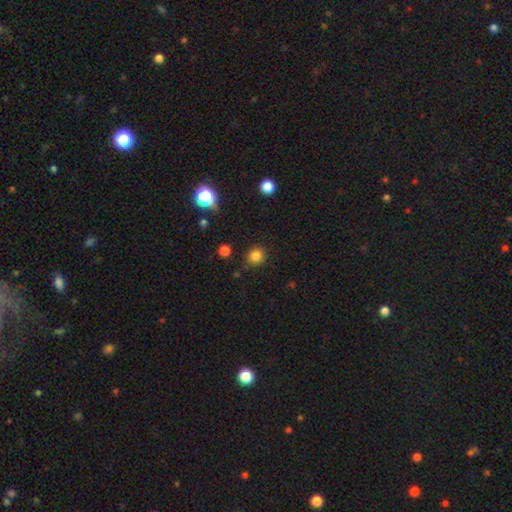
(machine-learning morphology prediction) The model was most divided on "smooth or featured": smooth: 83%, star or artifact: 13%, featured or disk: 4%. More confident: how rounded — round (88%); merging — none (84%).